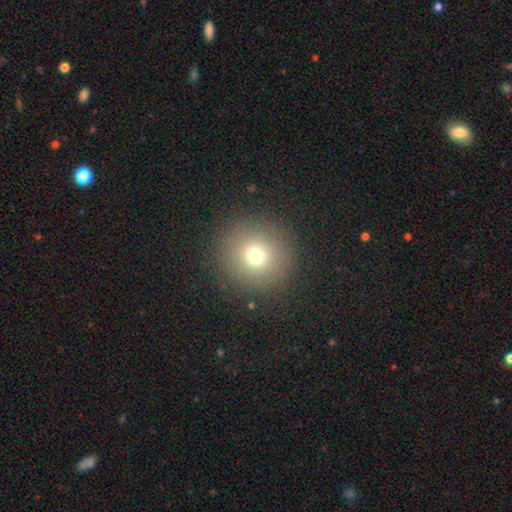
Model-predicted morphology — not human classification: Smooth or featured: smooth — 72% (star or artifact — 17%)
How rounded: round — 95% (in between — 4%)
Merging: none — 90% (minor disturbance — 6%)